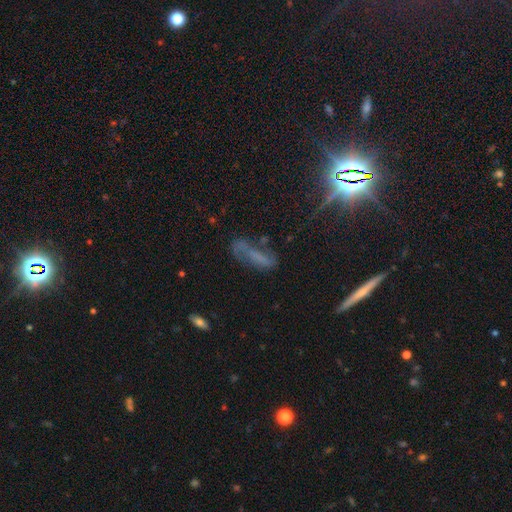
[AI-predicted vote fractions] Overall: featured or disk (41%; smooth 32%). Merging: none (49%; minor disturbance 25%).